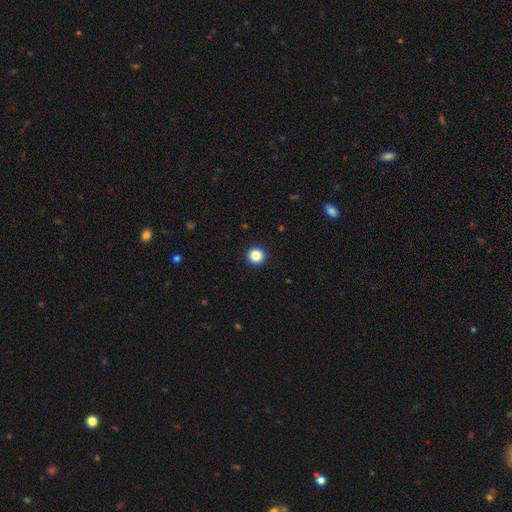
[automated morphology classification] Overall: smooth (87%). How rounded: round (95%). Merging: none (93%).